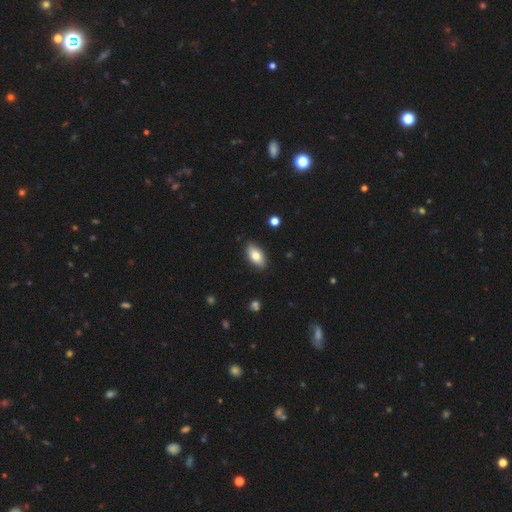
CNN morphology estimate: Smooth or featured? Predicted: smooth (p=0.80). How rounded? Predicted: in between (p=0.92). Merging? Predicted: none (p=0.88).